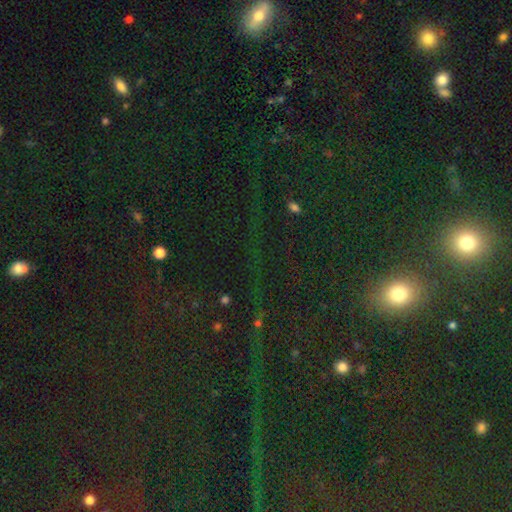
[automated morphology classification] star or artifact 56%, smooth 35%, featured or disk 8%.